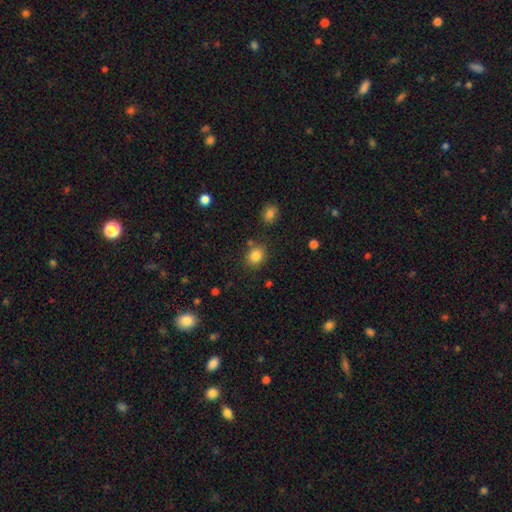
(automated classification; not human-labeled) A smooth galaxy with no disk features (84%) that is round (63%).

Vote fractions:
- Smooth or featured? smooth: 84% / star or artifact: 10% / featured or disk: 5%
- How rounded? round: 63% / in between: 36% / cigar-shaped: 1%
- Merging? none: 78% / minor disturbance: 12% / merger: 7% / major disturbance: 4%